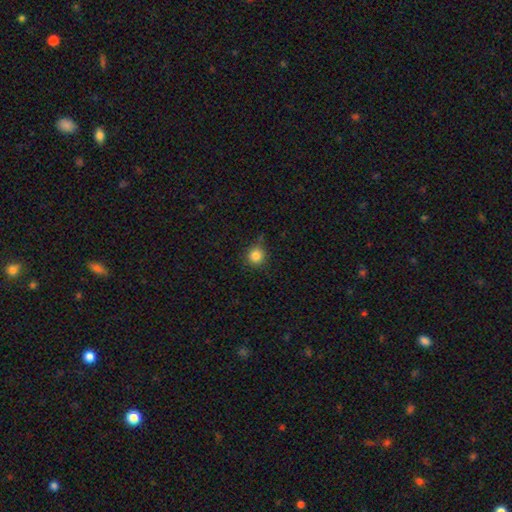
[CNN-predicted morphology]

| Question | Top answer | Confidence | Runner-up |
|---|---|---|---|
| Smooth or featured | smooth | 85% | star or artifact (11%) |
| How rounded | round | 93% | in between (6%) |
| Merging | none | 81% | minor disturbance (13%) |